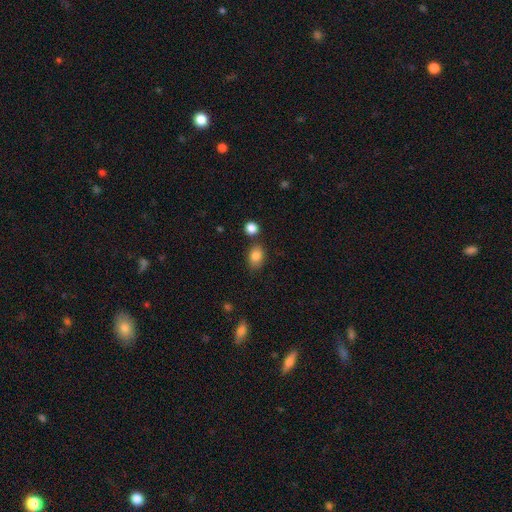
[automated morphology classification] smooth_or_featured: smooth (p=0.83) [alt: star or artifact p=0.09]
how_rounded: in between (p=0.76) [alt: round p=0.23]
merging: none (p=0.75) [alt: minor disturbance p=0.14]